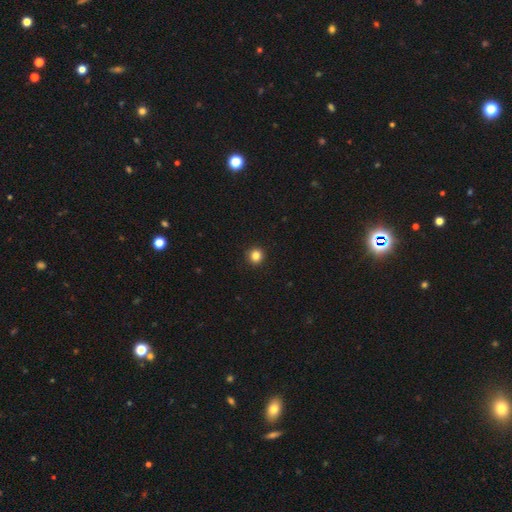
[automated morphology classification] Smooth or featured? smooth (84%)
How rounded? round (94%)
Merging? none (93%)